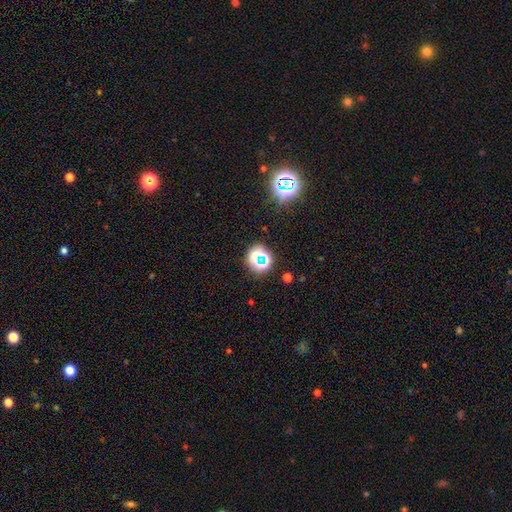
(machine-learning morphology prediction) Smooth or featured: star or artifact — 57% (smooth — 32%)